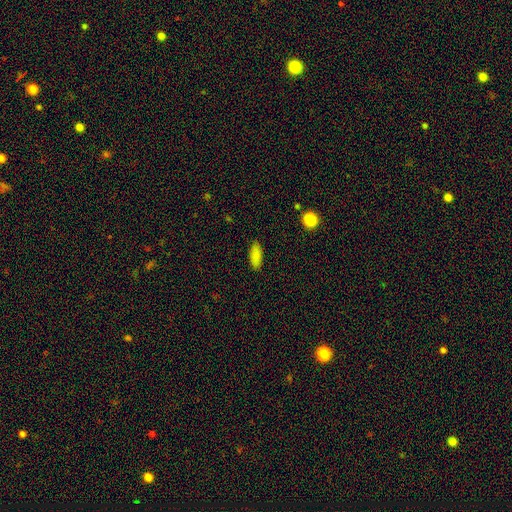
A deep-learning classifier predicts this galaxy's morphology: smooth 86%, star or artifact 9%, featured or disk 5%. Down the decision tree: how rounded — in between (77%); merging — none (87%).